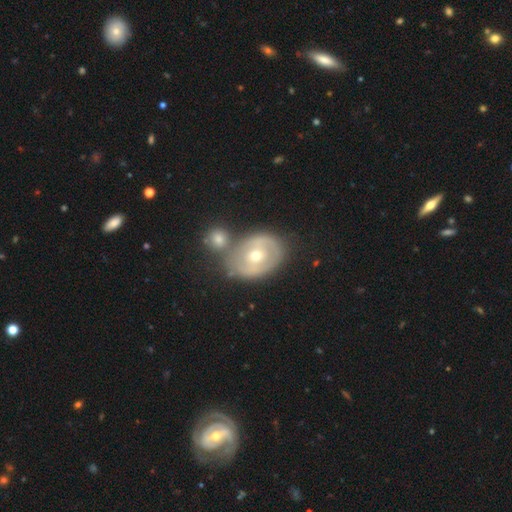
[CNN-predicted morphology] smooth_or_featured: featured or disk (p=0.65) [alt: smooth p=0.28]
disk_edge_on: no (p=0.95) [alt: yes p=0.05]
bar: no (p=0.60) [alt: weak p=0.28]
has_spiral_arms: yes (p=0.52) [alt: no p=0.48]
bulge_size: moderate (p=0.55) [alt: small p=0.42]
merging: none (p=0.50) [alt: merger p=0.27]